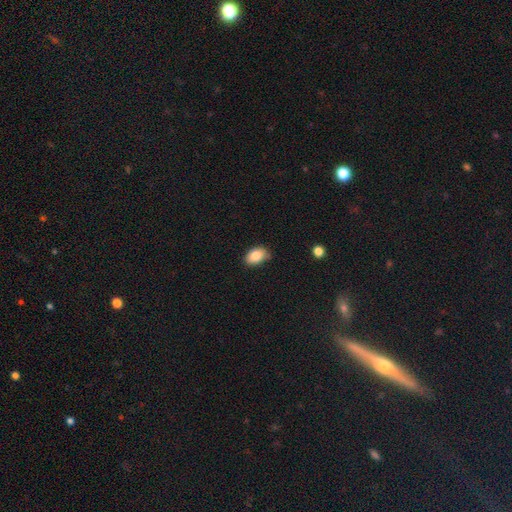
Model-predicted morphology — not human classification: smooth_or_featured: smooth (p=0.85) [alt: star or artifact p=0.08]
how_rounded: in between (p=0.87) [alt: round p=0.12]
merging: none (p=0.74) [alt: minor disturbance p=0.22]